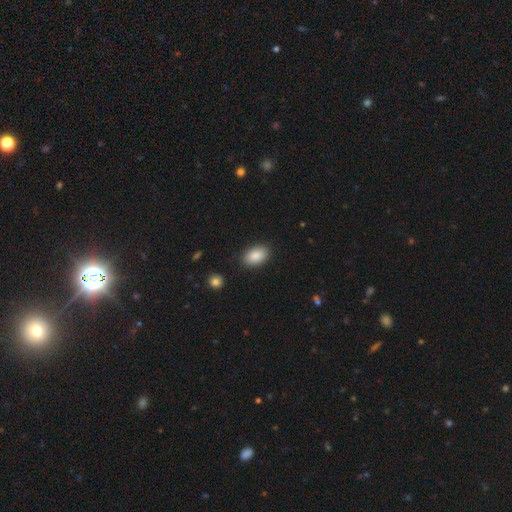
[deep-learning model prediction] Q: Smooth or featured?
A: smooth (88%); runner-up: star or artifact (7%)
Q: How rounded?
A: in between (91%); runner-up: round (7%)
Q: Merging?
A: none (86%); runner-up: minor disturbance (10%)